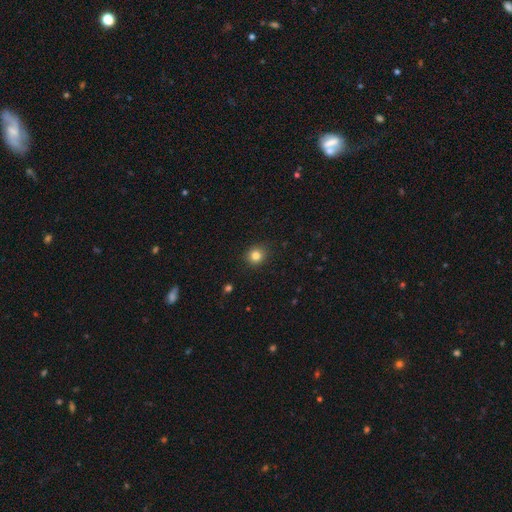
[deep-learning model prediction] This appears to be a smooth galaxy with no disk features (83%) that is round (89%). Merging: none (90%).